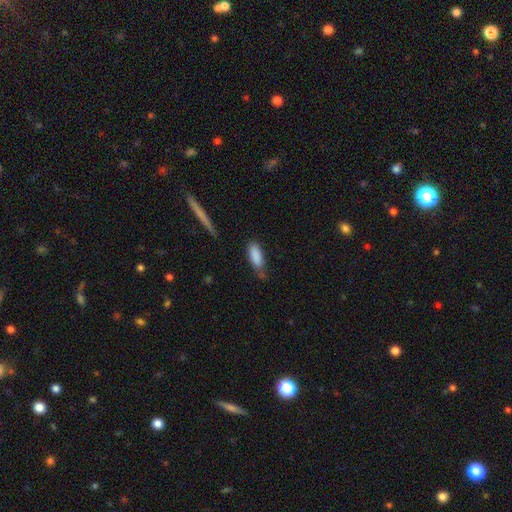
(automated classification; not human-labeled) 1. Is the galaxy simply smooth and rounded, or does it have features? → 87% smooth, 7% star or artifact, 6% featured or disk.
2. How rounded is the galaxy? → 73% in between, 25% cigar-shaped, 2% round.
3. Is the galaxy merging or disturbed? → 64% none, 26% minor disturbance, 6% major disturbance, 4% merger.